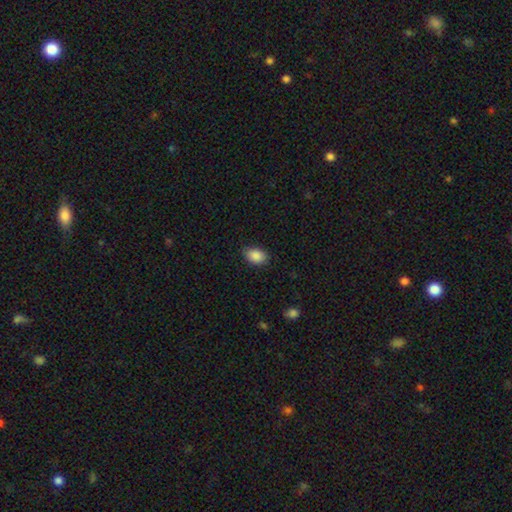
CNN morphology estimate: A smooth galaxy with no disk features (89%) that is in between round and cigar-shaped (85%). Merging: none (82%).